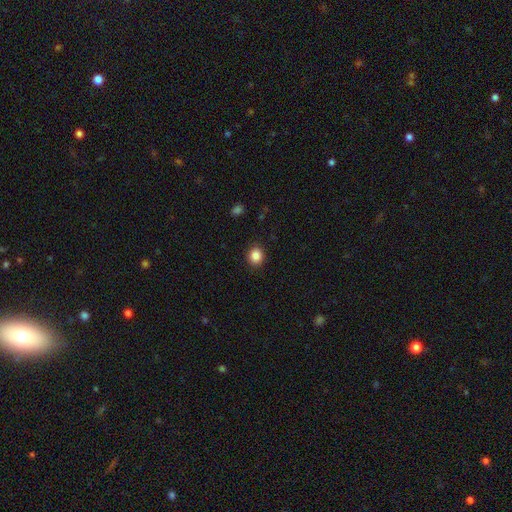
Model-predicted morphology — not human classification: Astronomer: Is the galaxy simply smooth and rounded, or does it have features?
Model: smooth — 86%.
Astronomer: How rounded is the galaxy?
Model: round — 74%.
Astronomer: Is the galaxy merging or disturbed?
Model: none — 90%.